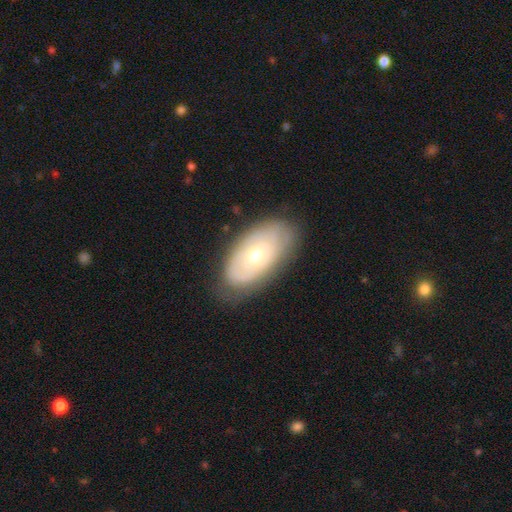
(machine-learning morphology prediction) This is possibly a featured or disk galaxy (51%). It is clearly not viewed edge-on (90%). Merging: likely none (75%).